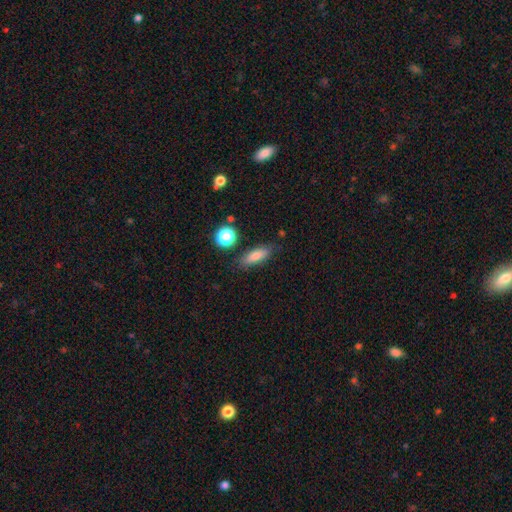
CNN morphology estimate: The model was most divided on "how rounded": in between: 53%, cigar-shaped: 42%, round: 5%. More confident: merging — none (81%); smooth or featured — smooth (78%).